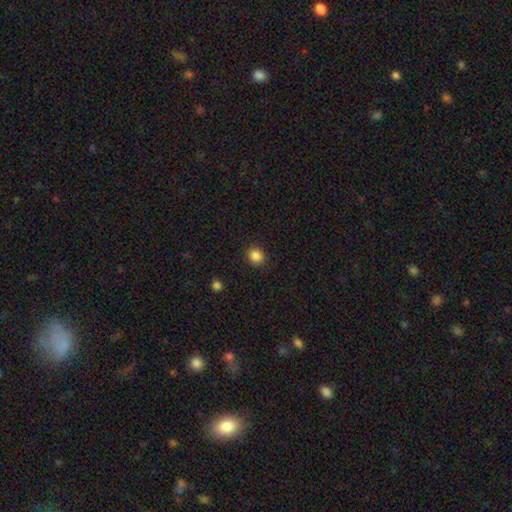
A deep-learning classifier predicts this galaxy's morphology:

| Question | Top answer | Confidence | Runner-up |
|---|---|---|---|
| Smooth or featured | smooth | 85% | star or artifact (11%) |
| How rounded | round | 85% | in between (15%) |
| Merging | none | 89% | minor disturbance (7%) |